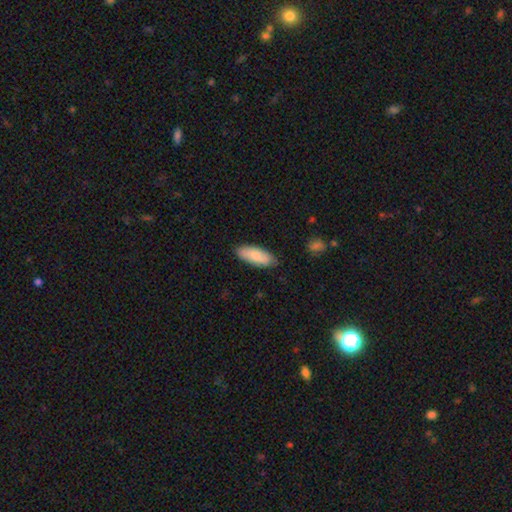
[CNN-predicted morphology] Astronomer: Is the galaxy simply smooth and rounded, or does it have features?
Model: smooth — 84%.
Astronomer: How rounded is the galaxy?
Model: in between — 77%.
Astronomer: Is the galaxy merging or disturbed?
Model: none — 82%.